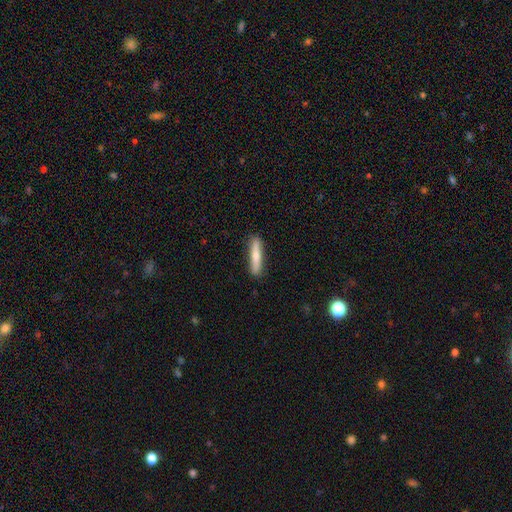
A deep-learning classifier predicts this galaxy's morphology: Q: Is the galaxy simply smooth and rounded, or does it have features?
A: smooth — 55%.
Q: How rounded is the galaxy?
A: cigar-shaped — 91%.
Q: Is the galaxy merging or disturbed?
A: none — 89%.